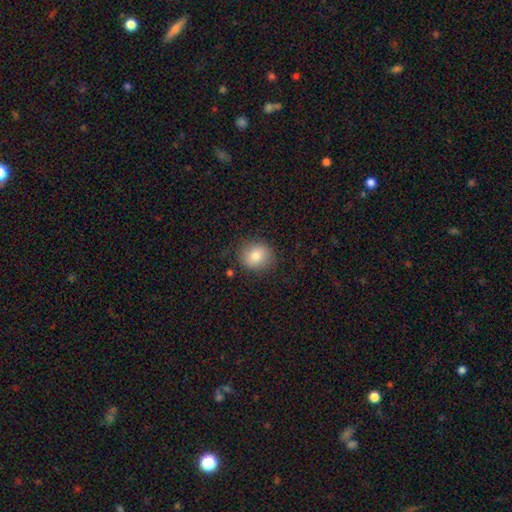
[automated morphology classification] Smooth or featured? smooth (83%)
How rounded? round (75%)
Merging? none (85%)